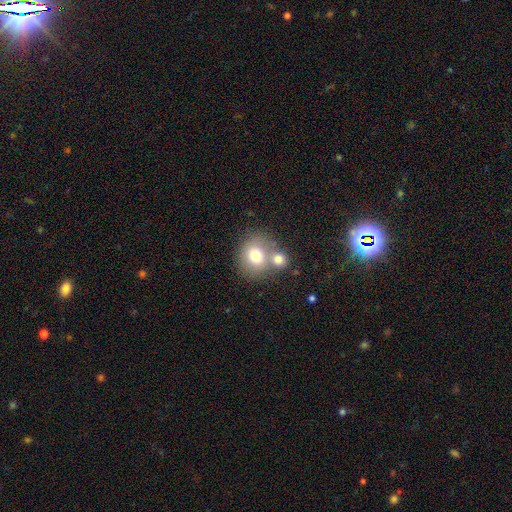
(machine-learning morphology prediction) This is likely a smooth galaxy (72%). How rounded: likely round (70%). Merging: marginally merger (44%).